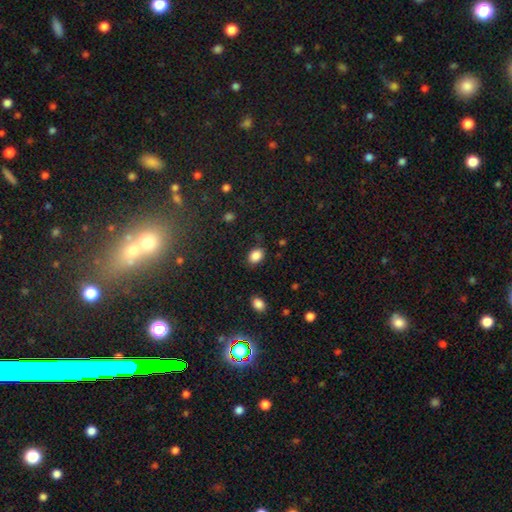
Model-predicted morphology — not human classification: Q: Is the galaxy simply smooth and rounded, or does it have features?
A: smooth — 87%.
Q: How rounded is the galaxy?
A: in between — 70%.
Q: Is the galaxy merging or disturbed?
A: none — 78%.